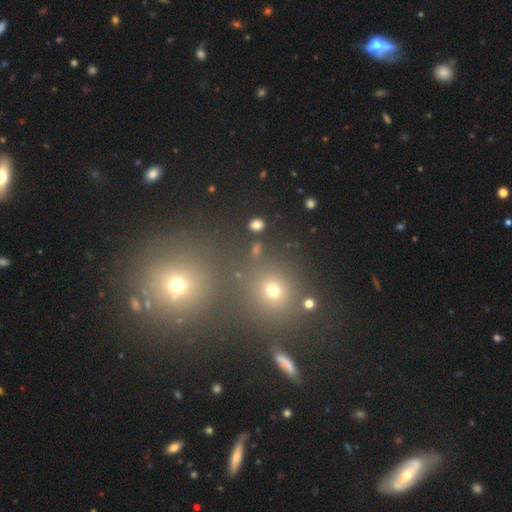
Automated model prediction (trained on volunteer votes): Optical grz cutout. It shows a smooth galaxy with no disk features (49%). Merging: none (70%).